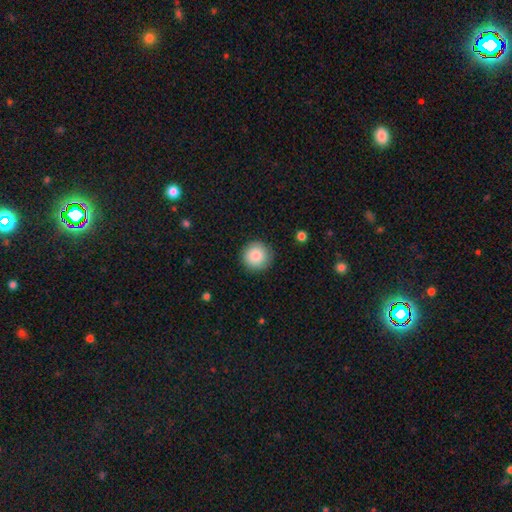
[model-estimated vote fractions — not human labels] Smooth or featured: smooth — 85% (star or artifact — 8%)
How rounded: round — 96% (in between — 3%)
Merging: none — 89% (minor disturbance — 7%)